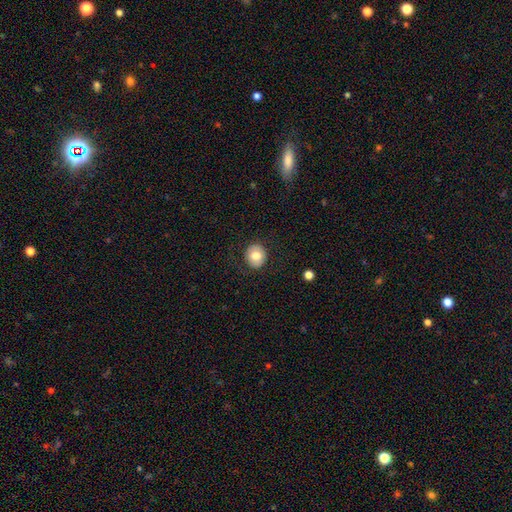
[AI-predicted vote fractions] Smooth or featured? smooth (76%)
How rounded? round (77%)
Merging? none (85%)